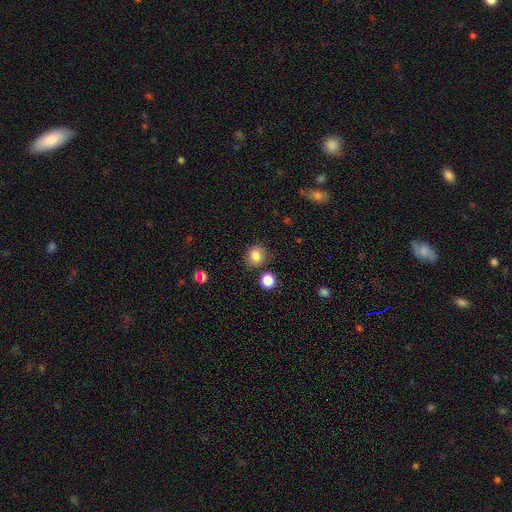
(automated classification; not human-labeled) A smooth galaxy with no disk features (84%) that is round (73%). Merging: none (80%).